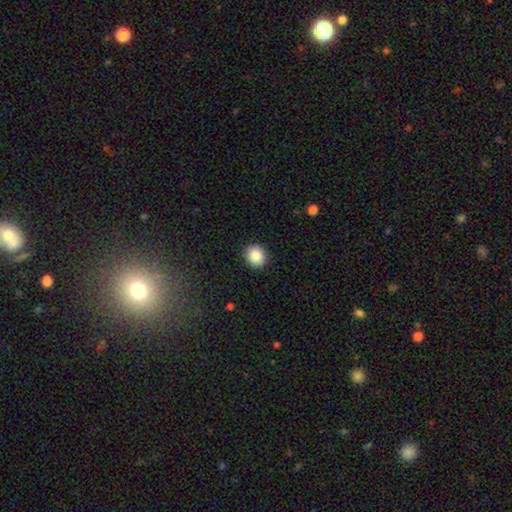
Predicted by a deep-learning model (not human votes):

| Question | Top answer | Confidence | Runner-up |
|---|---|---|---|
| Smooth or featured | smooth | 88% | star or artifact (9%) |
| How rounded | round | 74% | in between (25%) |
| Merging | none | 91% | minor disturbance (6%) |